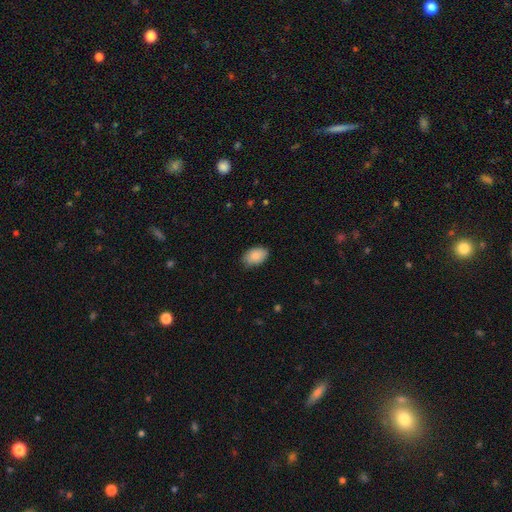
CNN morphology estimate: smooth 86%, featured or disk 8%, star or artifact 7%. Down the decision tree: how rounded — in between (91%); merging — none (83%).